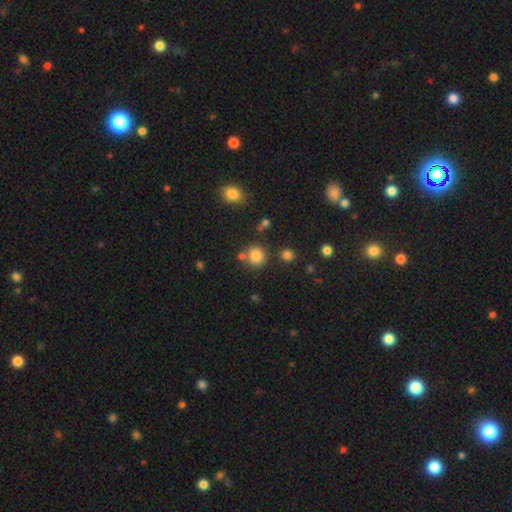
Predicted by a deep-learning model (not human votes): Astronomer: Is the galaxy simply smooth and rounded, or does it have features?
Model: smooth — 82%.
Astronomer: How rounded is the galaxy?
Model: round — 89%.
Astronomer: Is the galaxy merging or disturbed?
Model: none — 75%.